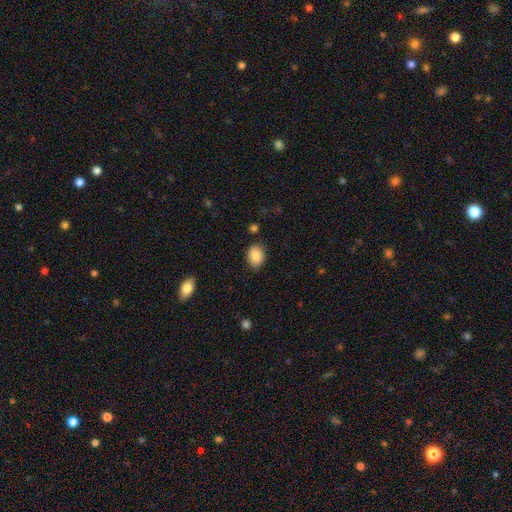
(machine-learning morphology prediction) The model was most divided on "how rounded": in between: 74%, round: 25%, cigar-shaped: 1%. More confident: smooth or featured — smooth (87%); merging — none (84%).